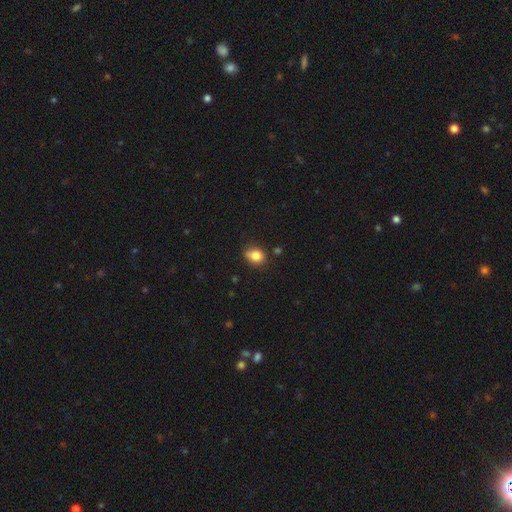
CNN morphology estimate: Q: Smooth or featured?
A: smooth (82%); runner-up: star or artifact (10%)
Q: How rounded?
A: in between (50%); runner-up: round (49%)
Q: Merging?
A: none (66%); runner-up: minor disturbance (24%)